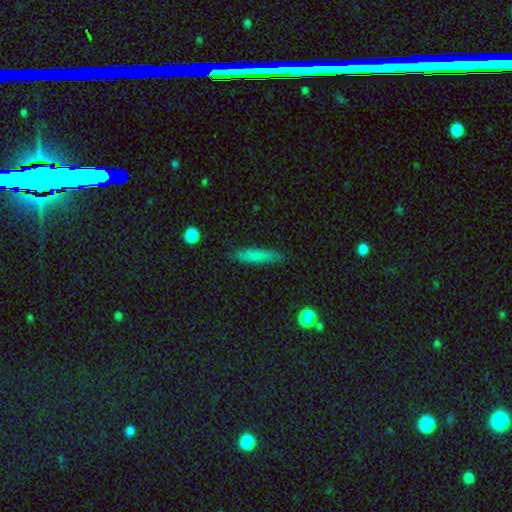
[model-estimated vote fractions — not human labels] smooth 77%, featured or disk 15%, star or artifact 8%. Down the decision tree: how rounded — cigar-shaped (86%); merging — none (84%).